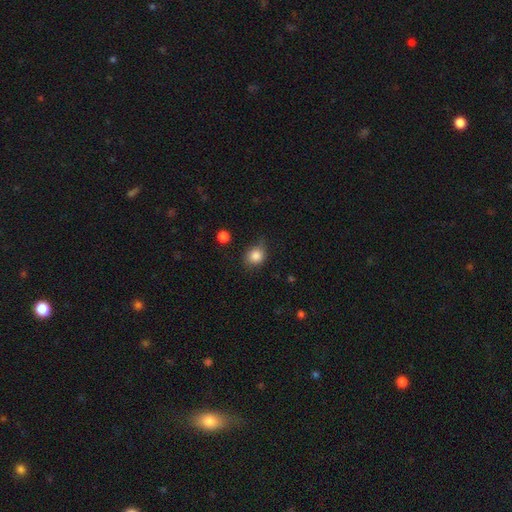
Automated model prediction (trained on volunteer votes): The model was most divided on "how rounded": round: 71%, in between: 28%, cigar-shaped: 1%. More confident: smooth or featured — smooth (85%); merging — none (68%).